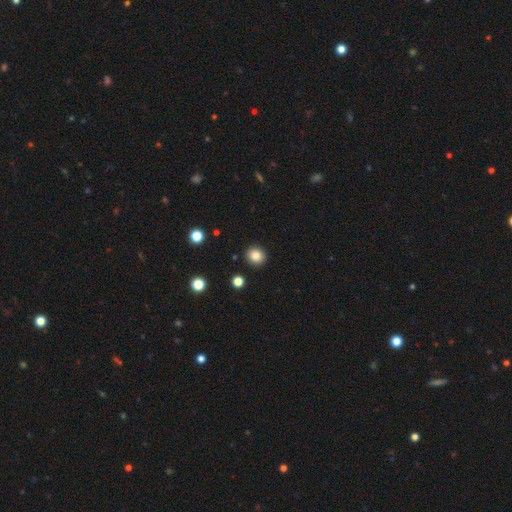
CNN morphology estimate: A smooth galaxy with no disk features (84%) that is round (87%). Merging: none (92%).